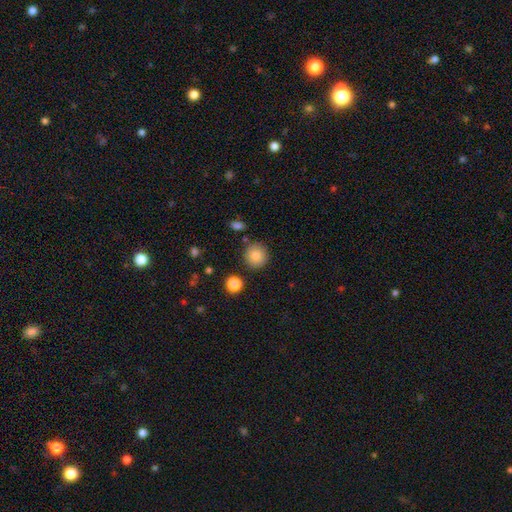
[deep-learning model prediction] The model was most divided on "smooth or featured": smooth: 84%, star or artifact: 9%, featured or disk: 7%. More confident: how rounded — round (93%); merging — none (86%).